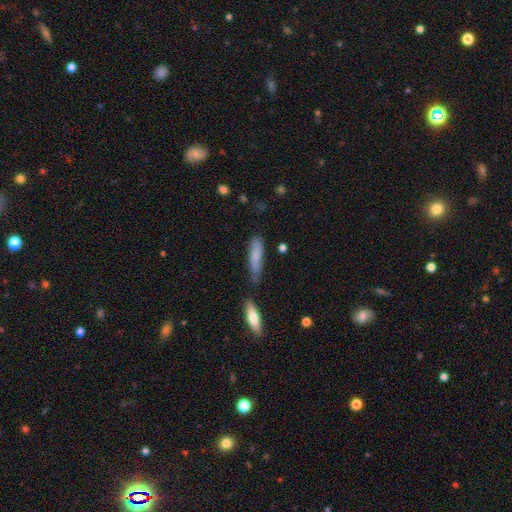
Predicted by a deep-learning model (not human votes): smooth 77%, featured or disk 16%, star or artifact 7%. Down the decision tree: how rounded — cigar-shaped (71%); merging — none (56%).